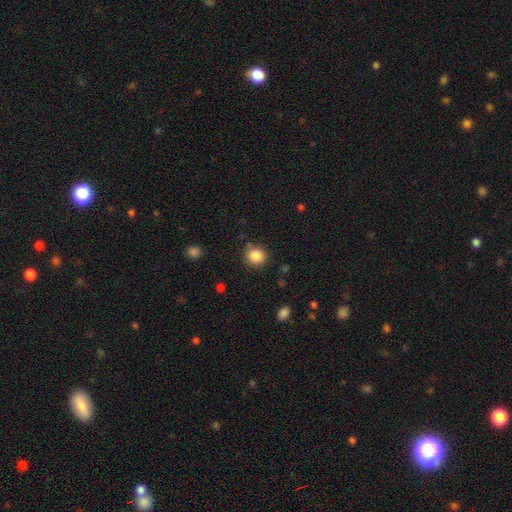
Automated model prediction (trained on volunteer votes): Q: Smooth or featured?
A: smooth (86%); runner-up: star or artifact (10%)
Q: How rounded?
A: round (86%); runner-up: in between (13%)
Q: Merging?
A: none (85%); runner-up: minor disturbance (9%)